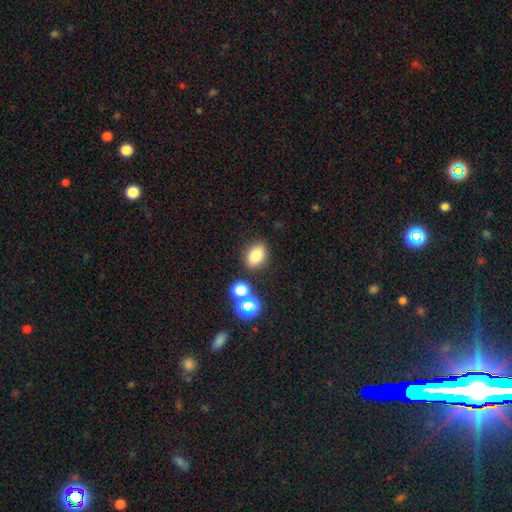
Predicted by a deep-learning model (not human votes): A smooth galaxy with no disk features (77%) that is in between round and cigar-shaped (74%).

Vote fractions:
- Smooth or featured? smooth: 77% / star or artifact: 14% / featured or disk: 8%
- How rounded? in between: 74% / round: 24% / cigar-shaped: 2%
- Merging? none: 81% / minor disturbance: 10% / merger: 6% / major disturbance: 3%